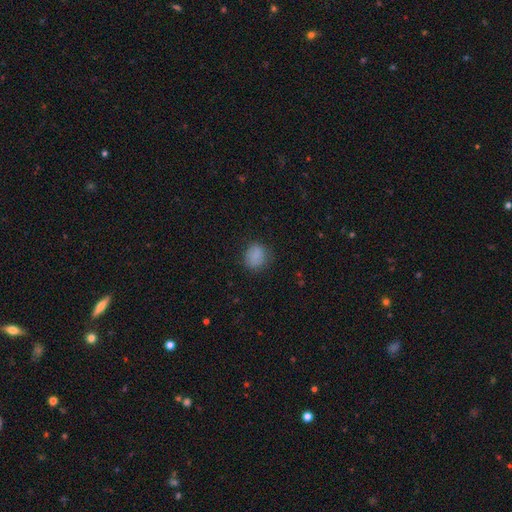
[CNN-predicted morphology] A smooth galaxy with no disk features (85%) that is round (68%).

Vote fractions:
- Smooth or featured? smooth: 85% / star or artifact: 10% / featured or disk: 5%
- How rounded? round: 68% / in between: 31% / cigar-shaped: 1%
- Merging? none: 78% / minor disturbance: 16% / major disturbance: 5% / merger: 1%